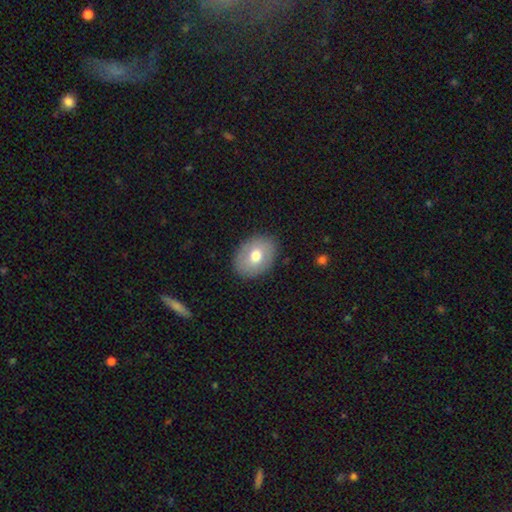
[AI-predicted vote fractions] Smooth or featured? smooth (69%)
How rounded? in between (69%)
Merging? none (86%)